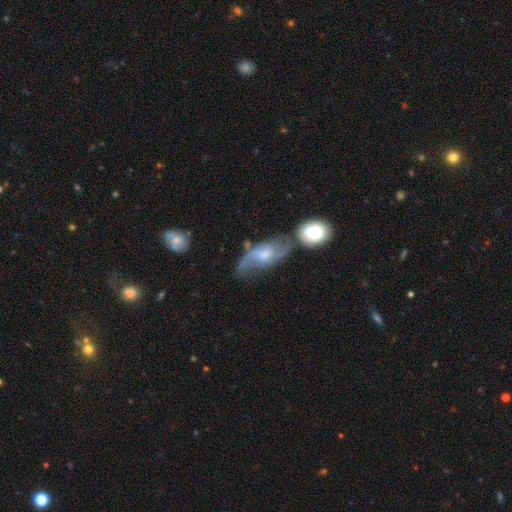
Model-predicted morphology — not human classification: Smooth or featured: featured or disk — 71% (smooth — 22%)
Edge-on disk: no — 92% (yes — 8%)
Bar: no — 47% (weak — 43%)
Spiral arms: yes — 89% (no — 11%)
Spiral winding: loose — 70% (medium — 23%)
Spiral arm count: 2 — 84% (can't tell — 7%)
Bulge size: small — 41% (tied with moderate — 41%)
Merging: none — 36% (merger — 28%)